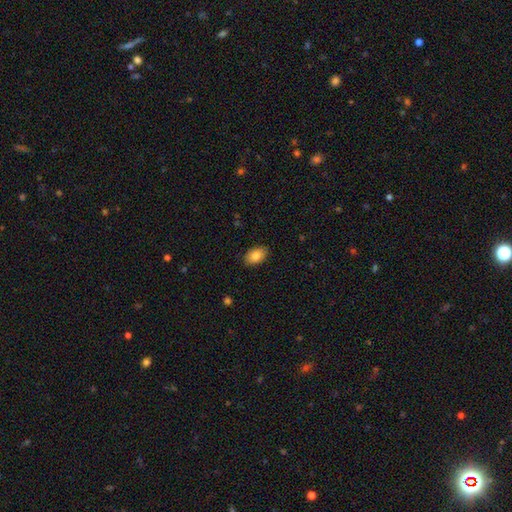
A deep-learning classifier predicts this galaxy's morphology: Overall: smooth (83%). How rounded: in between (89%). Merging: none (87%).